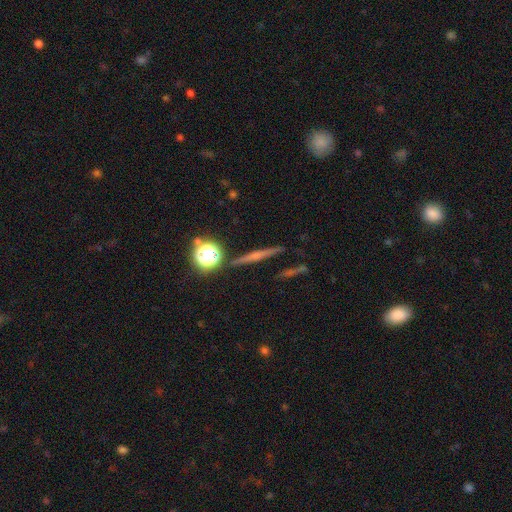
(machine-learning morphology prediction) Smooth or featured: featured or disk — 53% (smooth — 29%)
Edge-on disk: yes — 96% (no — 4%)
Edge-on bulge: rounded — 47% (none — 43%)
Merging: none — 89% (minor disturbance — 7%)